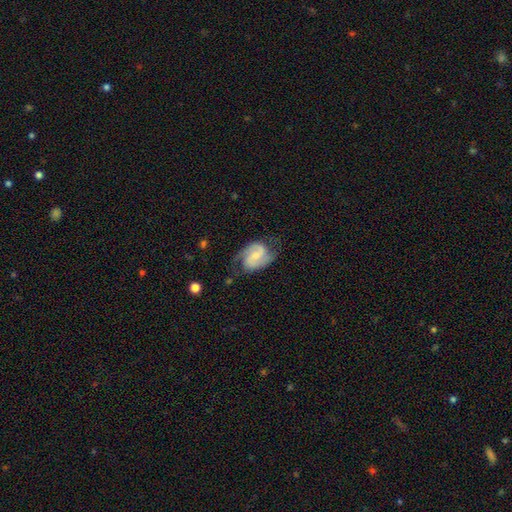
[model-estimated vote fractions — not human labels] A featured or disk galaxy (82%) with a weak bar (51%), 2 (89%) medium (53%) spiral arms (96%) and a small central bulge (52%). Merging: none (66%).